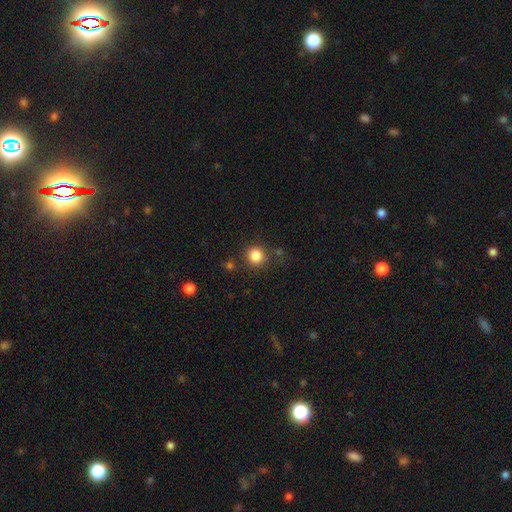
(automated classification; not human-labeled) Q: Smooth or featured?
A: smooth (84%); runner-up: star or artifact (11%)
Q: How rounded?
A: round (91%); runner-up: in between (8%)
Q: Merging?
A: none (80%); runner-up: minor disturbance (10%)